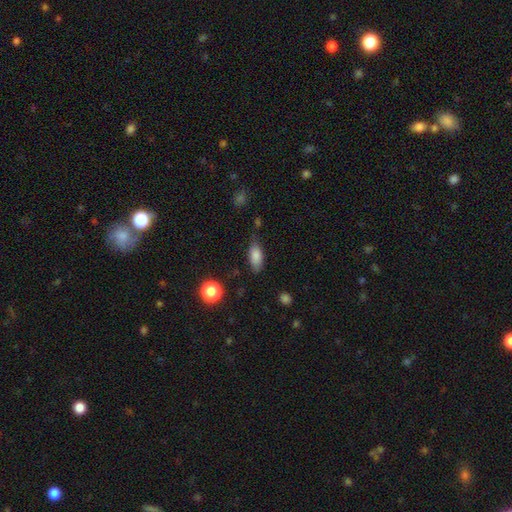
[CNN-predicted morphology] Smooth or featured?
  - smooth: 82% *
  - featured or disk: 9%
  - star or artifact: 9%
How rounded?
  - in between: 81% *
  - cigar-shaped: 15%
  - round: 4%
Merging?
  - none: 70% *
  - minor disturbance: 22%
  - major disturbance: 5%
  - merger: 3%